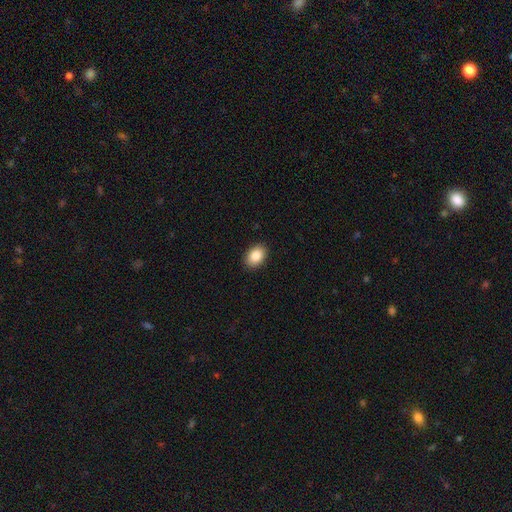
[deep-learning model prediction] A smooth galaxy with no disk features (87%) that is in between round and cigar-shaped (81%).

Vote fractions:
- Smooth or featured? smooth: 87% / star or artifact: 8% / featured or disk: 5%
- How rounded? in between: 81% / round: 18% / cigar-shaped: 1%
- Merging? none: 90% / minor disturbance: 7% / major disturbance: 2% / merger: 1%